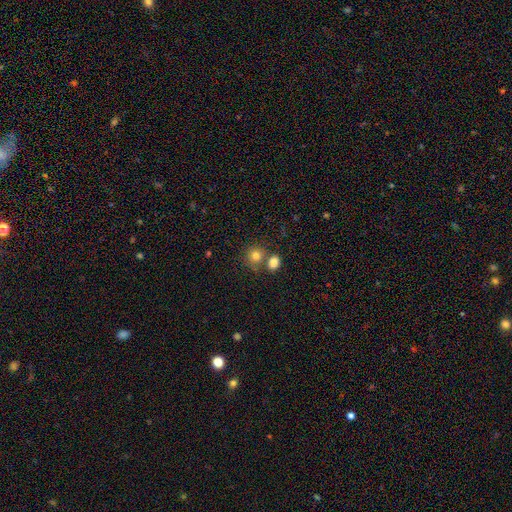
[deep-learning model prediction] Smooth or featured? smooth (81%)
How rounded? round (82%)
Merging? none (58%)